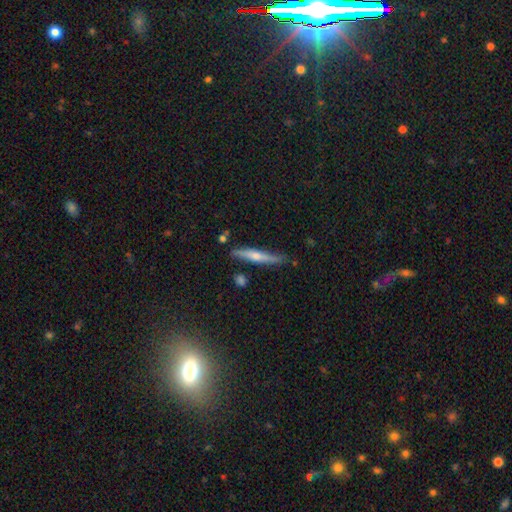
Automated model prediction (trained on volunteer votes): Smooth or featured? featured or disk (63%)
Edge-on disk? yes (95%)
Edge-on bulge? rounded (77%)
Merging? none (83%)